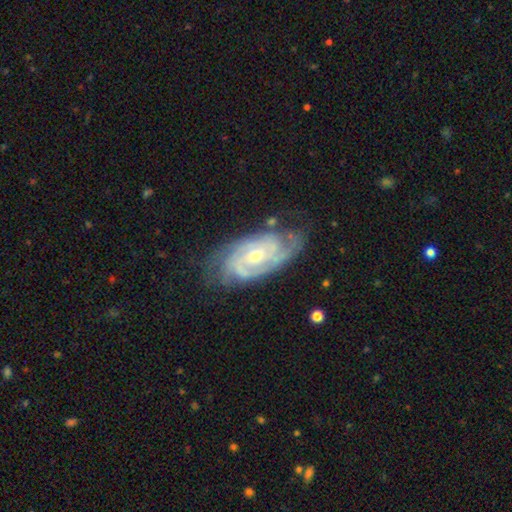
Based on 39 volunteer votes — featured or disk 92%, smooth 8%, star or artifact 0%. Down the decision tree: edge-on disk — no (97%); bar — no (66%); spiral arms — yes (97%); spiral arm count — 2 (29%, tied with can't tell); spiral winding — tight (82%); bulge size — moderate (57%); merging — none (85%).